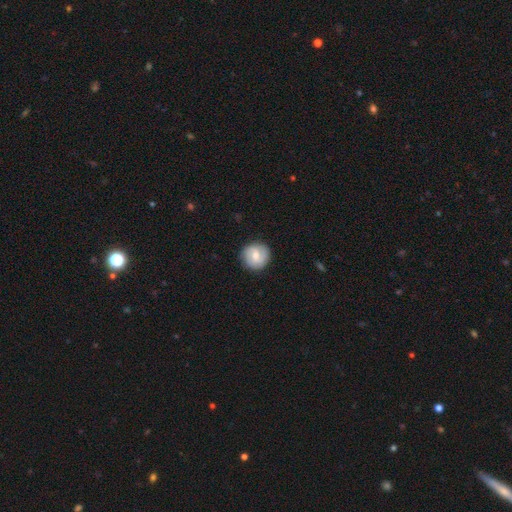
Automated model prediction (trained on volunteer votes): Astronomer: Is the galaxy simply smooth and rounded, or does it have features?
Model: featured or disk — 49% (runner-up: smooth, 45%).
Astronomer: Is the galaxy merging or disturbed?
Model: none — 87%.